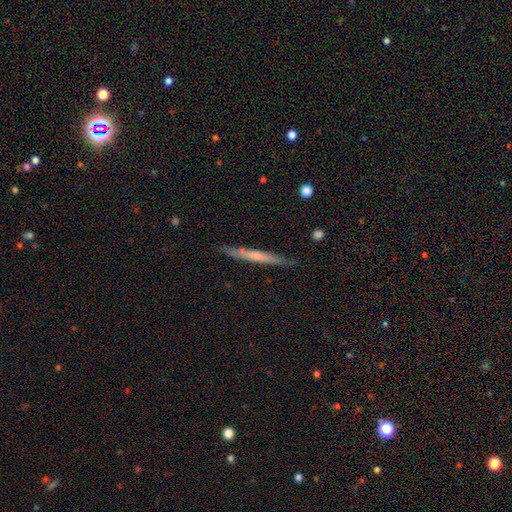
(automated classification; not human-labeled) A smooth galaxy with no disk features (49%).

Vote fractions:
- Smooth or featured? smooth: 49% / featured or disk: 45% / star or artifact: 6%
- Merging? none: 85% / minor disturbance: 11% / major disturbance: 2% / merger: 1%